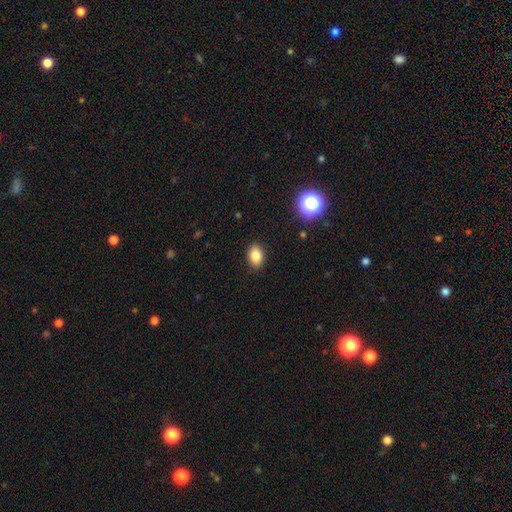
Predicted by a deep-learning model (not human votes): smooth-or-featured: smooth: 84% | star or artifact: 10% | featured or disk: 6%
  how-rounded: in between: 80% | round: 19% | cigar-shaped: 1%
  merging: none: 89% | minor disturbance: 8% | major disturbance: 2% | merger: 1%